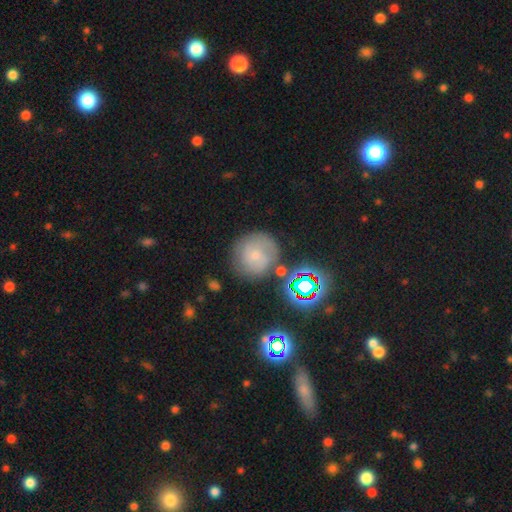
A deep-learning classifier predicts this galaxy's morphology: type=smooth (51%); roundness=round (90%); merging=none (71%).